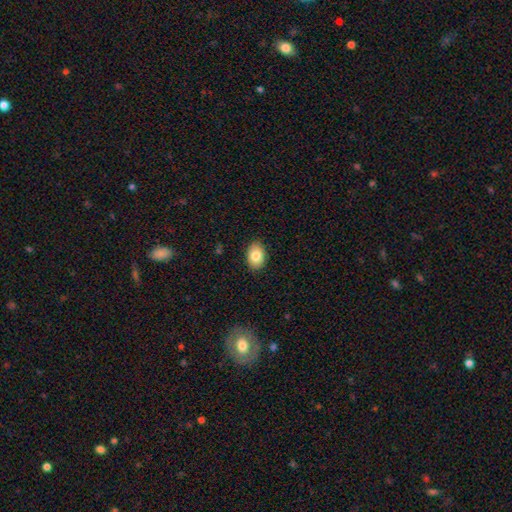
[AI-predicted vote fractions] This appears to be a smooth galaxy with no disk features (83%) that is in between round and cigar-shaped (82%). Merging: none (88%).